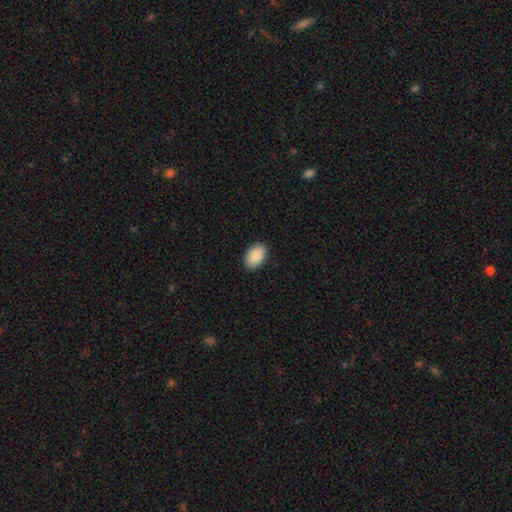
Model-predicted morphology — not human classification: smooth-or-featured: smooth: 91% | star or artifact: 7% | featured or disk: 3%
  how-rounded: in between: 91% | round: 8% | cigar-shaped: 1%
  merging: none: 90% | minor disturbance: 8% | major disturbance: 2% | merger: 1%